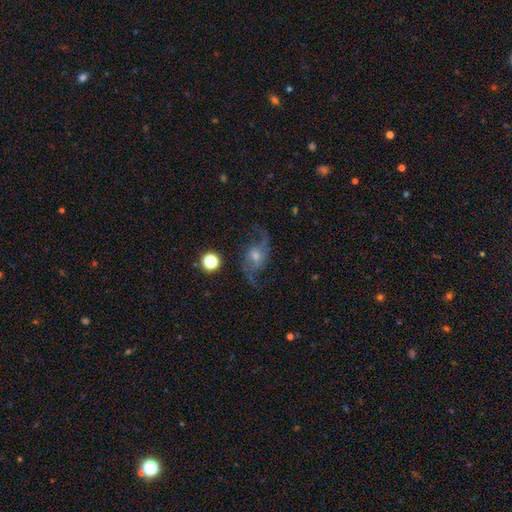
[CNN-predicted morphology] Smooth or featured: featured or disk — 81% (smooth — 10%)
Edge-on disk: no — 97% (yes — 3%)
Bar: no — 61% (weak — 31%)
Spiral arms: yes — 95% (no — 5%)
Spiral winding: loose — 75% (medium — 21%)
Spiral arm count: 2 — 93% (can't tell — 2%)
Bulge size: moderate — 45% (small — 44%)
Merging: none — 71% (minor disturbance — 16%)